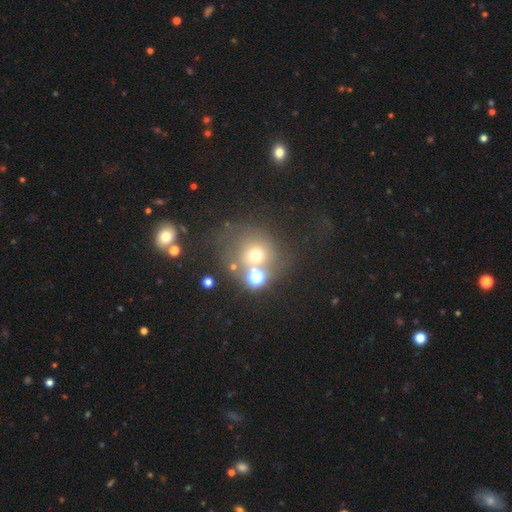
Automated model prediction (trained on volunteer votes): Smooth or featured? Predicted: smooth (p=0.60). How rounded? Predicted: round (p=0.84). Merging? Predicted: none (p=0.53).